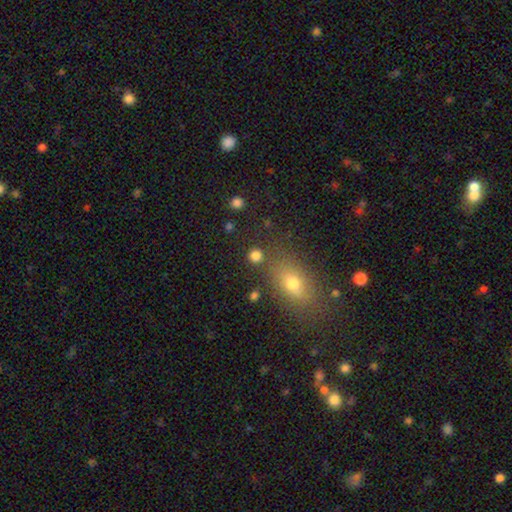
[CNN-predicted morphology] A smooth galaxy with no disk features (81%) that is round (86%).

Vote fractions:
- Smooth or featured? smooth: 81% / star or artifact: 14% / featured or disk: 5%
- How rounded? round: 86% / in between: 13% / cigar-shaped: 1%
- Merging? none: 79% / merger: 9% / minor disturbance: 8% / major disturbance: 4%